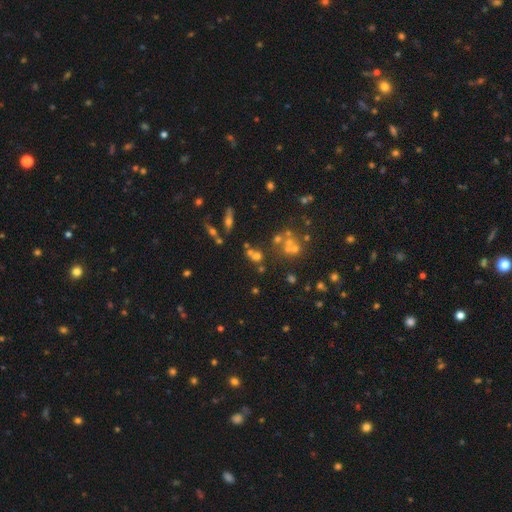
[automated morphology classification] A smooth galaxy with no disk features (40%). Merging: none (55%).